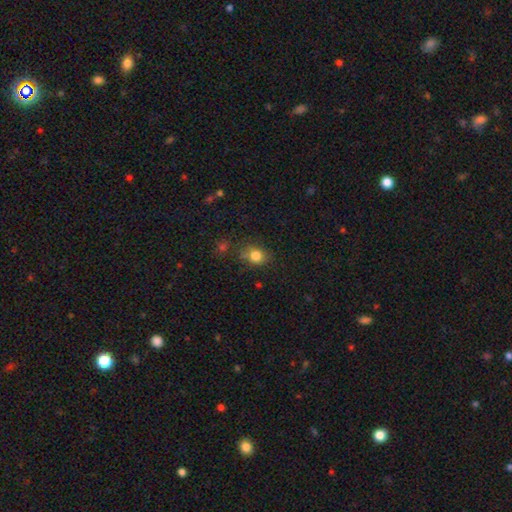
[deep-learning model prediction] Overall: smooth (81%). How rounded: round (55%; in between 44%). Merging: none (71%).